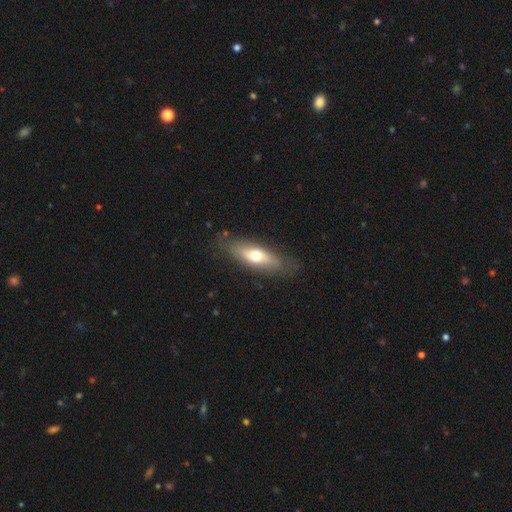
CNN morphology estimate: This is possibly a smooth galaxy (57%). How rounded: likely in between (62%). Merging: likely none (79%).